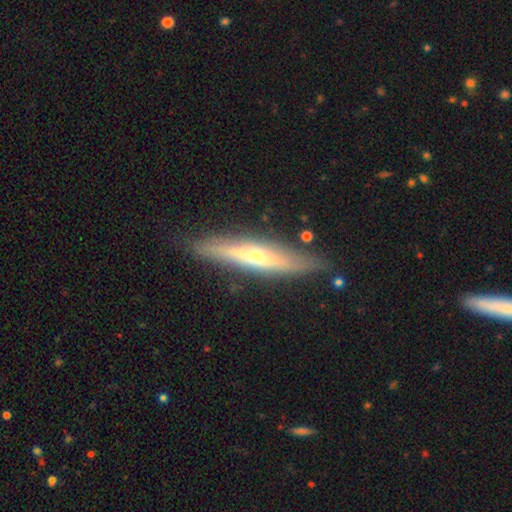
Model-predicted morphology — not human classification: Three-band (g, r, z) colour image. It shows a featured or disk galaxy (65%) viewed edge-on (90%) with a rounded central bulge (78%). Merging: none (84%).